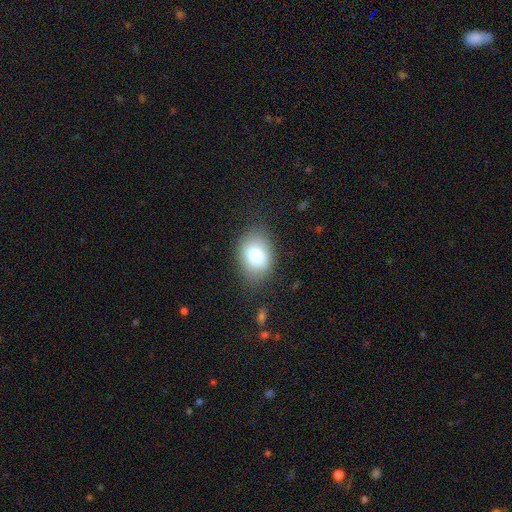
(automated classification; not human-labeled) smooth 75%, featured or disk 15%, star or artifact 9%. Down the decision tree: how rounded — in between (76%); merging — none (77%).